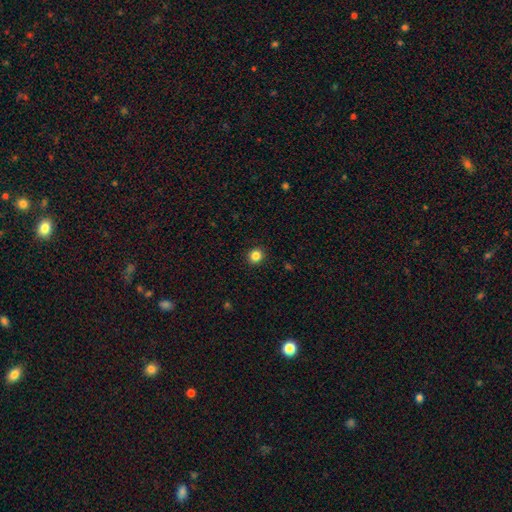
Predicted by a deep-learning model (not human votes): A smooth galaxy with no disk features (84%) that is round (87%).

Vote fractions:
- Smooth or featured? smooth: 84% / star or artifact: 11% / featured or disk: 4%
- How rounded? round: 87% / in between: 12% / cigar-shaped: 1%
- Merging? none: 92% / minor disturbance: 5% / major disturbance: 2% / merger: 1%